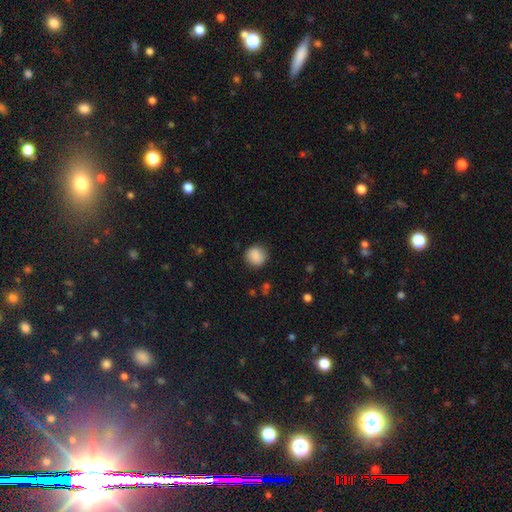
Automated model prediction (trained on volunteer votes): The model was most divided on "merging": none: 85%, minor disturbance: 11%, major disturbance: 3%, merger: 1%. More confident: how rounded — round (88%); smooth or featured — smooth (87%).